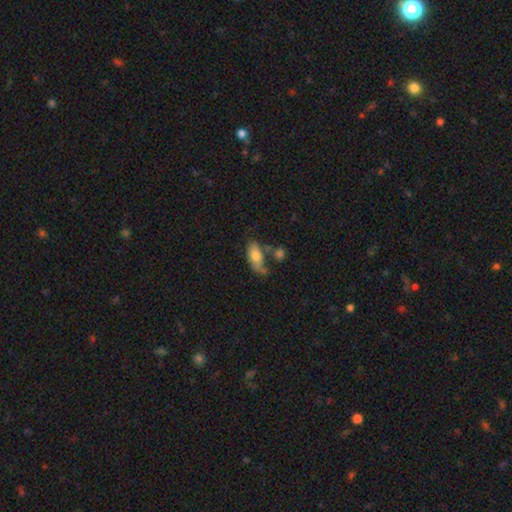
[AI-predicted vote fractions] Smooth or featured? smooth (75%)
How rounded? in between (86%)
Merging? none (44%)